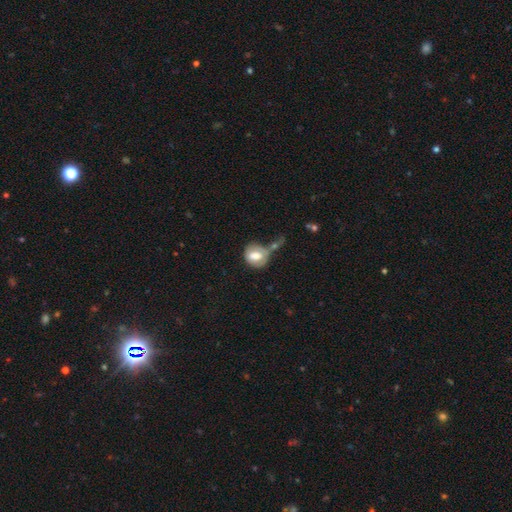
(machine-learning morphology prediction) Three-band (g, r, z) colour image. It shows a smooth galaxy with no disk features (67%) that is round (60%). Merging: none (31%).